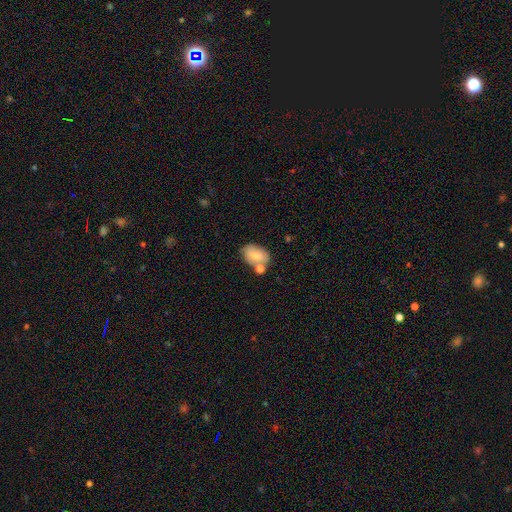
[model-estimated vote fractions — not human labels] Smooth or featured?
  - smooth: 74% *
  - featured or disk: 18%
  - star or artifact: 8%
How rounded?
  - in between: 87% *
  - round: 12%
  - cigar-shaped: 1%
Merging?
  - none: 51% *
  - merger: 24%
  - minor disturbance: 20%
  - major disturbance: 6%